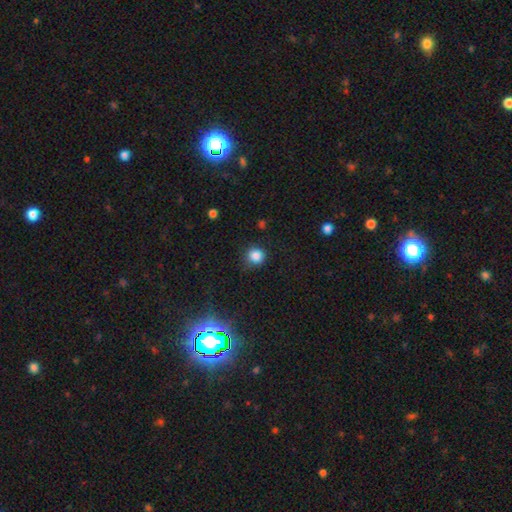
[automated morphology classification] Overall: smooth (84%). How rounded: round (92%). Merging: none (81%).